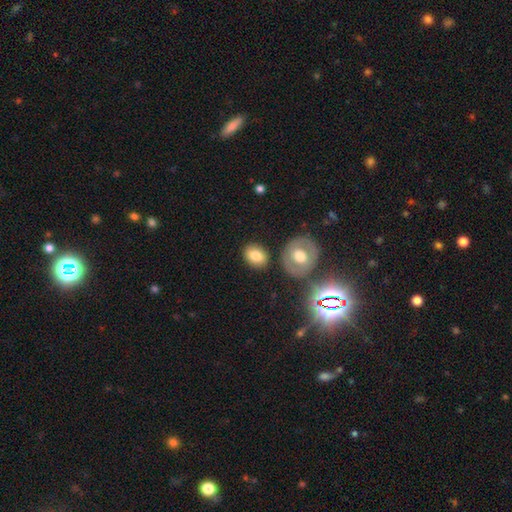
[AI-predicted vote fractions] Smooth or featured? Predicted: smooth (p=0.78). How rounded? Predicted: in between (p=0.59). Merging? Predicted: none (p=0.80).